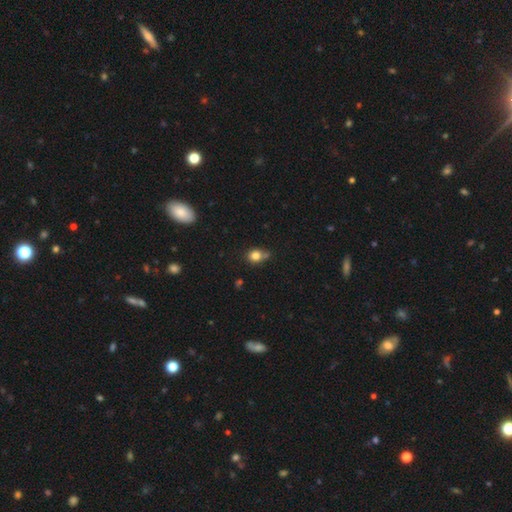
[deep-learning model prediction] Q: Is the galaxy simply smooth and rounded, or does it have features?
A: smooth — 81%.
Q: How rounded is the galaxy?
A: round — 70%.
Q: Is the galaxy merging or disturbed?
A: none — 58%.